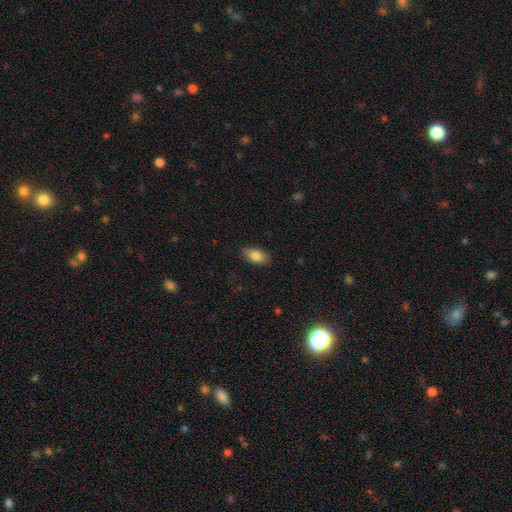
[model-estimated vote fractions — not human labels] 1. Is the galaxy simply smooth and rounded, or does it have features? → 84% smooth, 10% featured or disk, 7% star or artifact.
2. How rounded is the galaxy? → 91% in between, 6% cigar-shaped, 3% round.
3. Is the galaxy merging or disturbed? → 85% none, 11% minor disturbance, 2% major disturbance, 1% merger.